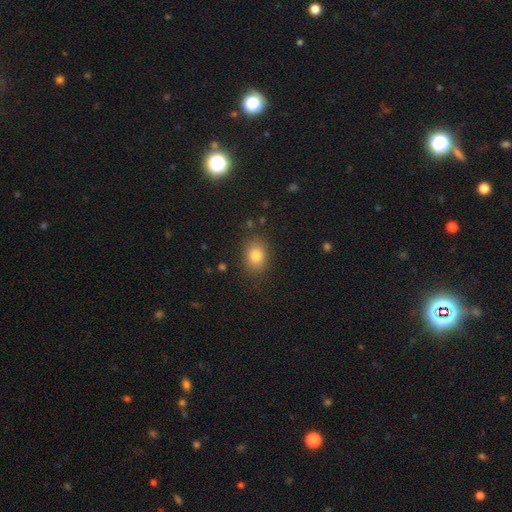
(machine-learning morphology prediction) The model was most divided on "how rounded": in between: 63%, round: 36%, cigar-shaped: 1%. More confident: merging — none (83%); smooth or featured — smooth (82%).